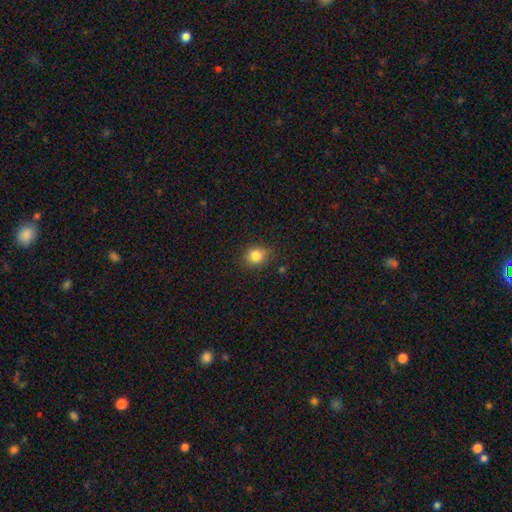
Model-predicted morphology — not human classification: This is clearly a smooth galaxy (83%). How rounded: likely round (70%). Merging: likely none (80%).